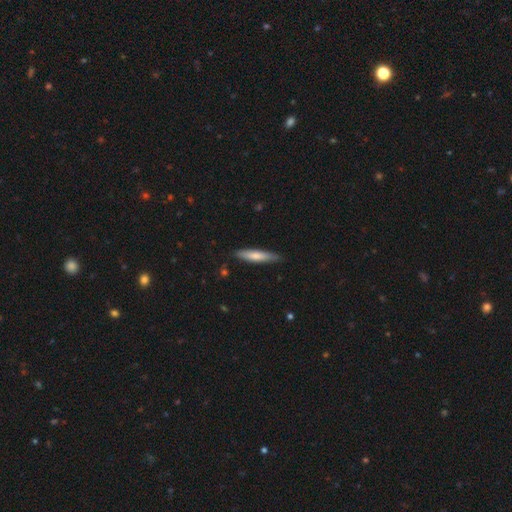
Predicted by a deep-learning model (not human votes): smooth-or-featured: smooth: 71% | featured or disk: 24% | star or artifact: 5%
  how-rounded: cigar-shaped: 85% | in between: 14% | round: 1%
  merging: none: 83% | minor disturbance: 14% | major disturbance: 2% | merger: 1%